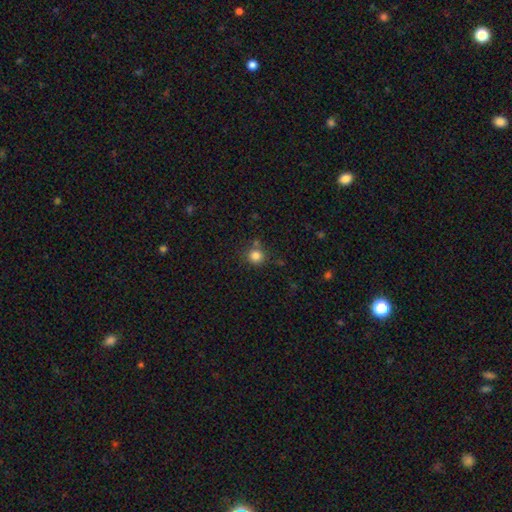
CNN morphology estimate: smooth-or-featured: smooth: 83% | star or artifact: 12% | featured or disk: 5%
  how-rounded: round: 92% | in between: 7% | cigar-shaped: 1%
  merging: none: 76% | minor disturbance: 10% | merger: 10% | major disturbance: 3%